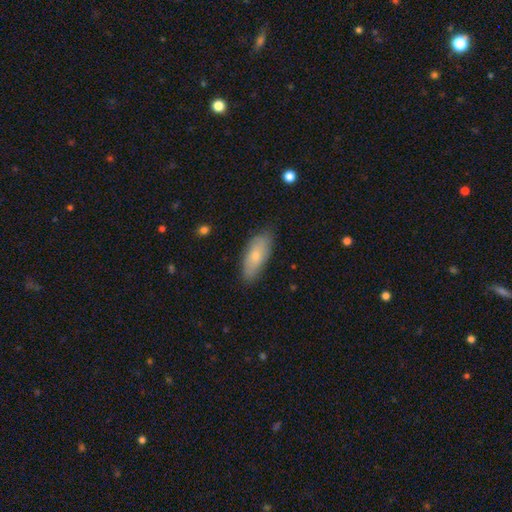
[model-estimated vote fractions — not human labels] A smooth galaxy with no disk features (71%) that is in between round and cigar-shaped (79%).

Vote fractions:
- Smooth or featured? smooth: 71% / featured or disk: 23% / star or artifact: 6%
- How rounded? in between: 79% / cigar-shaped: 18% / round: 2%
- Merging? none: 78% / minor disturbance: 18% / major disturbance: 3% / merger: 1%